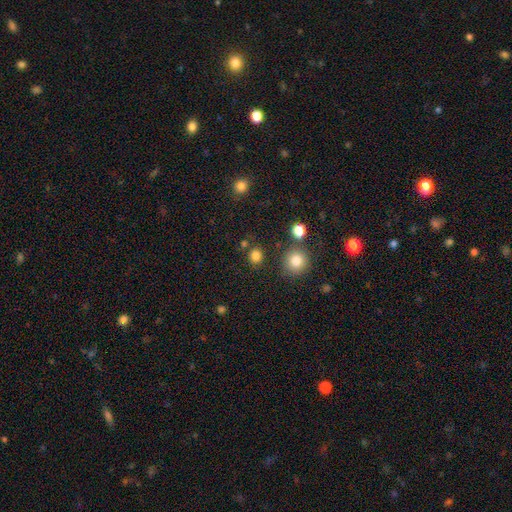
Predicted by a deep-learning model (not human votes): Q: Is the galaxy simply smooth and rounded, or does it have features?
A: smooth — 81%.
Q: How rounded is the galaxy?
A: round — 81%.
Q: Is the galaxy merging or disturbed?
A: none — 82%.